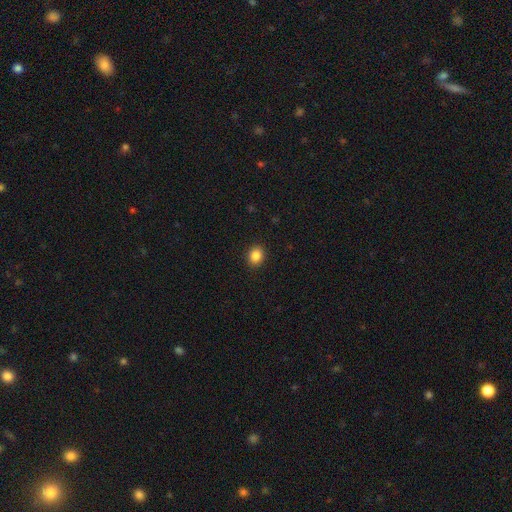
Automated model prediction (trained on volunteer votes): Q: Smooth or featured?
A: smooth (86%); runner-up: star or artifact (10%)
Q: How rounded?
A: round (62%); runner-up: in between (38%)
Q: Merging?
A: none (91%); runner-up: minor disturbance (6%)